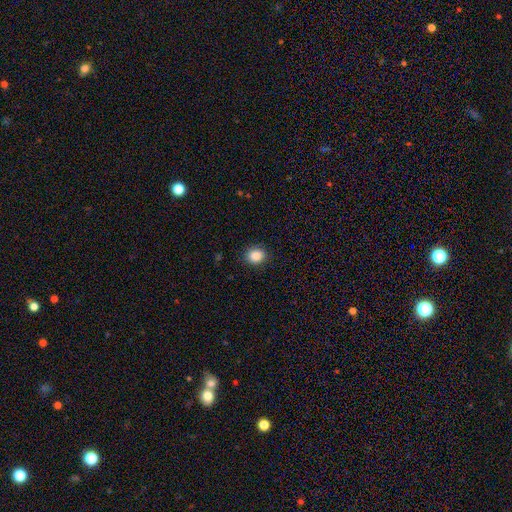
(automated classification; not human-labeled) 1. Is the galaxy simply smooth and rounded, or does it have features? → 87% smooth, 9% star or artifact, 4% featured or disk.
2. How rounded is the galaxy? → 71% round, 28% in between, 1% cigar-shaped.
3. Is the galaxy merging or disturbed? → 90% none, 7% minor disturbance, 2% major disturbance, 1% merger.